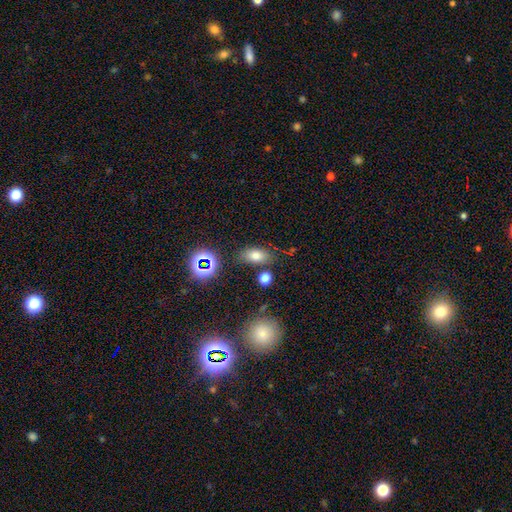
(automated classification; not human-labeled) Morphology: type=smooth (73%); roundness=in between (84%); merging=none (77%).